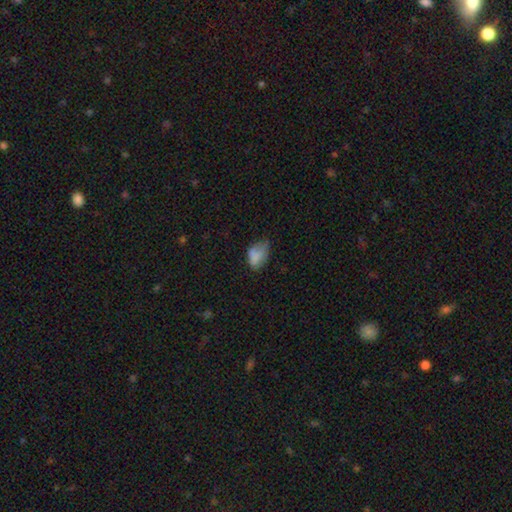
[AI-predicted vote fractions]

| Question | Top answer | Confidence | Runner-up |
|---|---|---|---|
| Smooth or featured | smooth | 74% | featured or disk (15%) |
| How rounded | in between | 87% | round (12%) |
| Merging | minor disturbance | 39% | none (38%) |